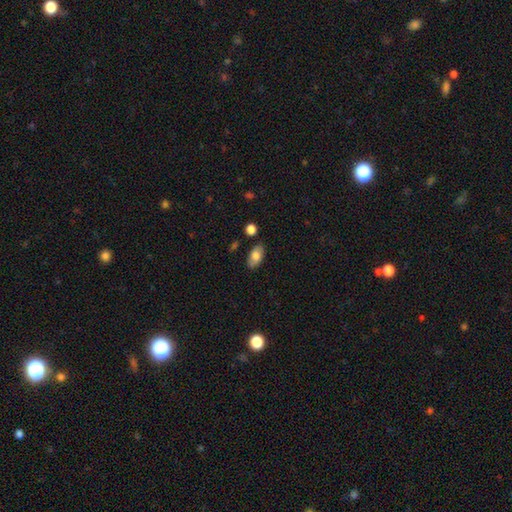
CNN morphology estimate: Q: Smooth or featured?
A: smooth (76%); runner-up: featured or disk (17%)
Q: How rounded?
A: in between (93%); runner-up: round (4%)
Q: Merging?
A: none (83%); runner-up: minor disturbance (12%)